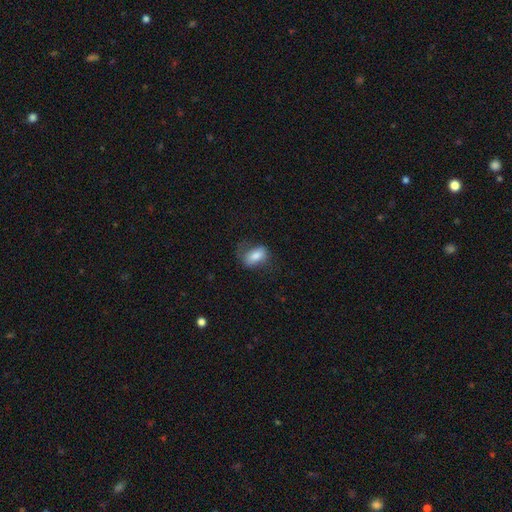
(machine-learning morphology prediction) smooth-or-featured: smooth: 75% | featured or disk: 17% | star or artifact: 8%
  how-rounded: in between: 88% | round: 9% | cigar-shaped: 4%
  merging: none: 56% | minor disturbance: 25% | major disturbance: 17% | merger: 2%